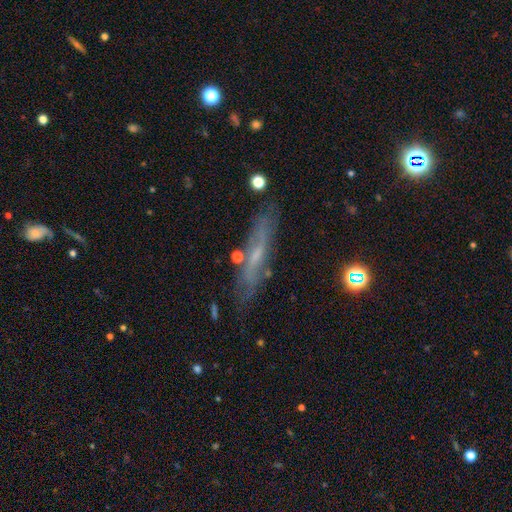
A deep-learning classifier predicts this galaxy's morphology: The model was most divided on "smooth or featured": featured or disk: 56%, smooth: 33%, star or artifact: 11%. More confident: merging — none (78%); edge-on disk — yes (69%).